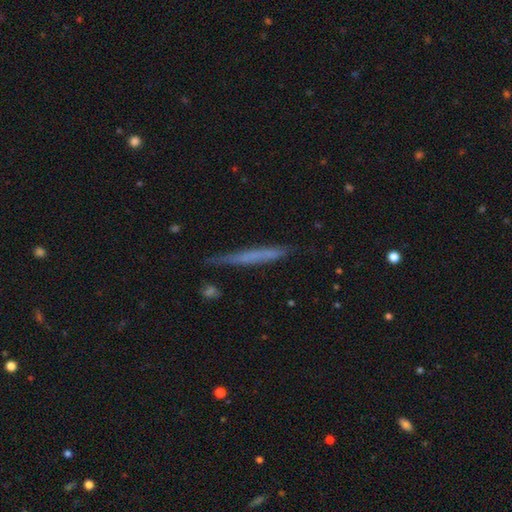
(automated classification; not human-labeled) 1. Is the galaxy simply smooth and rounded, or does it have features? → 49% smooth, 43% featured or disk, 8% star or artifact.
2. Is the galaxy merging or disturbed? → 82% none, 14% minor disturbance, 3% major disturbance, 2% merger.